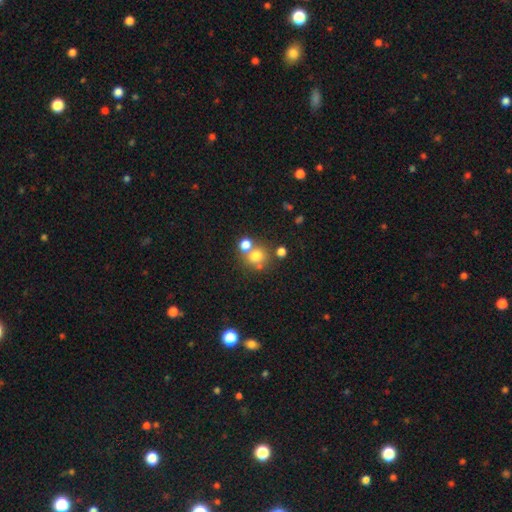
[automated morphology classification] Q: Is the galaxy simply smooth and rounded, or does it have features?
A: smooth — 72%.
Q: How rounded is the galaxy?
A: round — 86%.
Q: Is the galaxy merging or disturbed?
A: none — 56%.